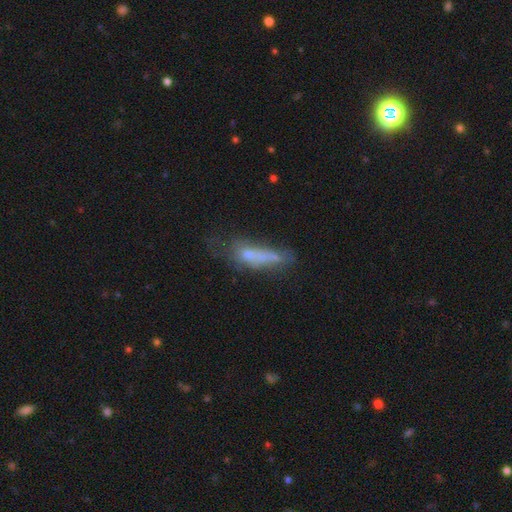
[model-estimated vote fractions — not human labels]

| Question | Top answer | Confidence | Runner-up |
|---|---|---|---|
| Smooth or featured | smooth | 51% | featured or disk (34%) |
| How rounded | cigar-shaped | 62% | in between (35%) |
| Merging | none | 31% | major disturbance (29%) |